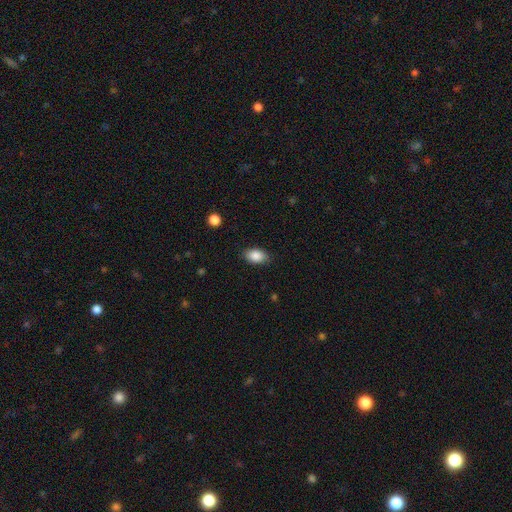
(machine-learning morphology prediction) This is clearly a smooth galaxy (87%). How rounded: clearly in between (90%). Merging: clearly none (85%).